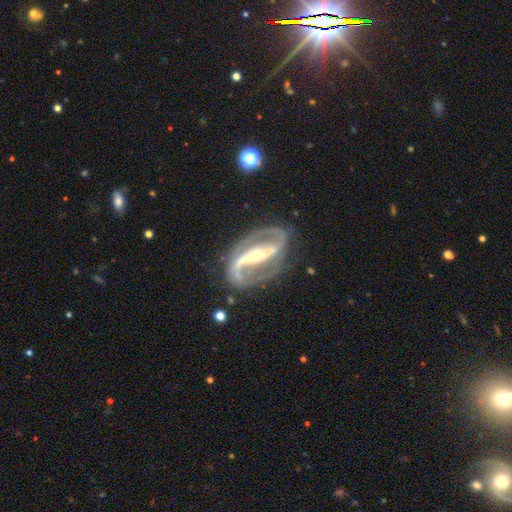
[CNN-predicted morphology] This appears to be a featured or disk galaxy (92%) with a strong bar (74%), 2 (93%) medium (54%) spiral arms (96%) and a small central bulge (51%). Merging: none (80%).